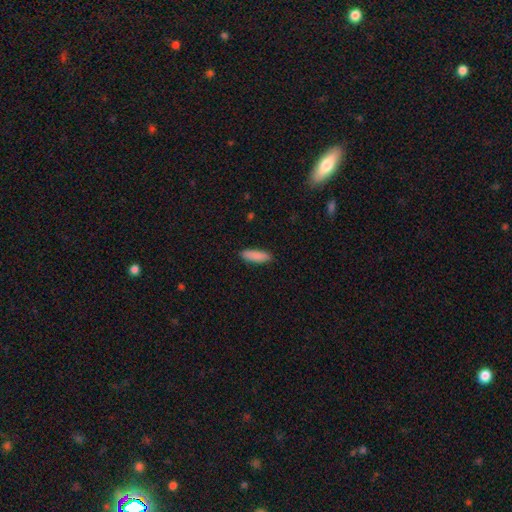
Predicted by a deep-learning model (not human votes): Smooth or featured? smooth (89%)
How rounded? cigar-shaped (56%)
Merging? none (88%)